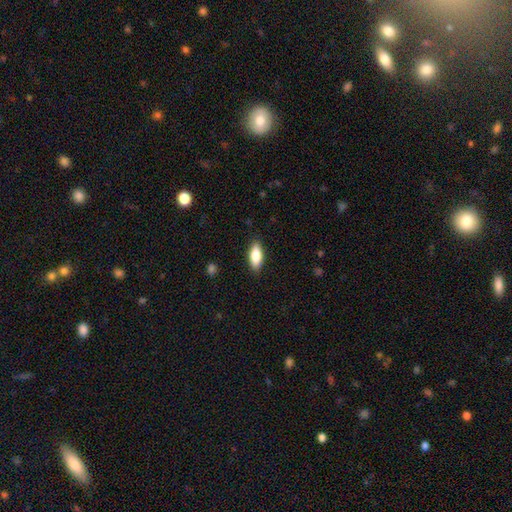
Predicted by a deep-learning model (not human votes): Smooth or featured? Predicted: smooth (p=0.82). How rounded? Predicted: in between (p=0.80). Merging? Predicted: none (p=0.87).